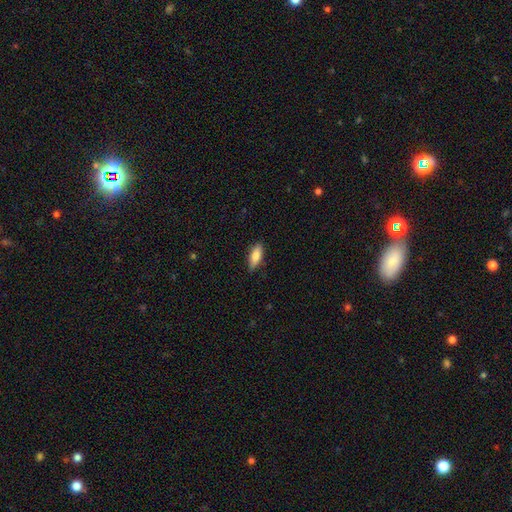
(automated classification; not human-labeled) This is clearly a smooth galaxy (81%). How rounded: likely in between (69%). Merging: clearly none (84%).